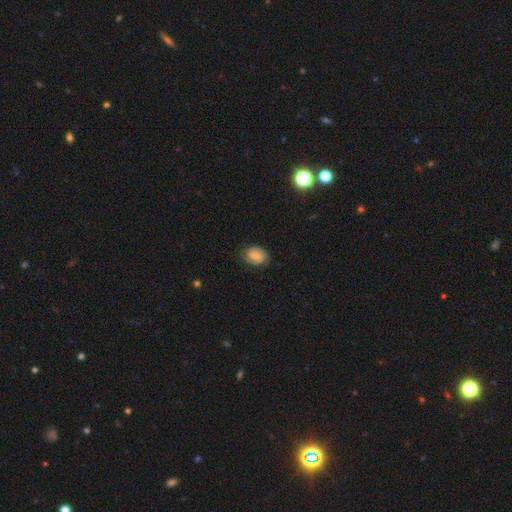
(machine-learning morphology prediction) smooth 59%, featured or disk 32%, star or artifact 9%. Down the decision tree: how rounded — in between (66%); merging — none (77%).